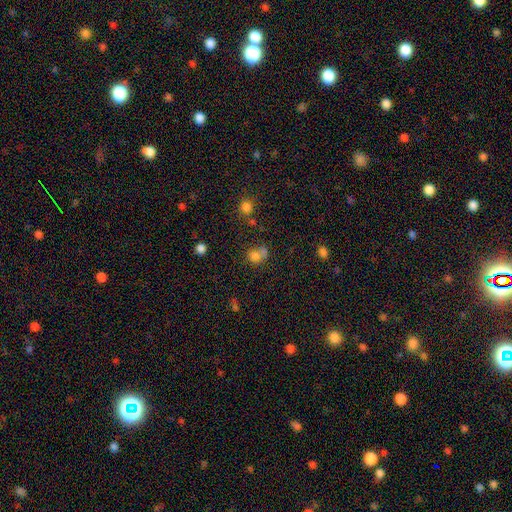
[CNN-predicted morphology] smooth-or-featured: smooth: 75% | star or artifact: 15% | featured or disk: 10%
  how-rounded: round: 72% | in between: 27% | cigar-shaped: 1%
  merging: merger: 43% | none: 39% | minor disturbance: 12% | major disturbance: 7%